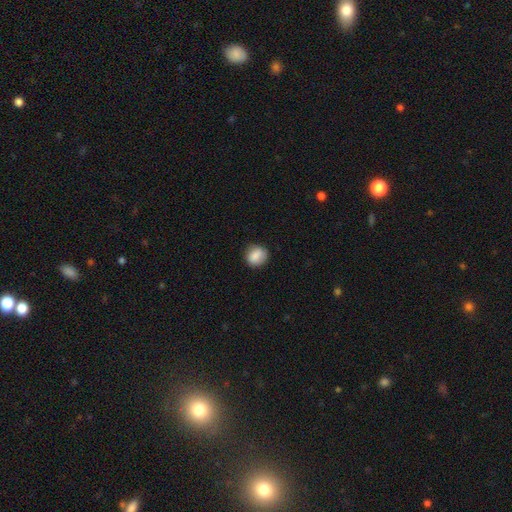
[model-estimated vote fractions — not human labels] Smooth or featured? Predicted: smooth (p=0.84). How rounded? Predicted: round (p=0.77). Merging? Predicted: none (p=0.80).